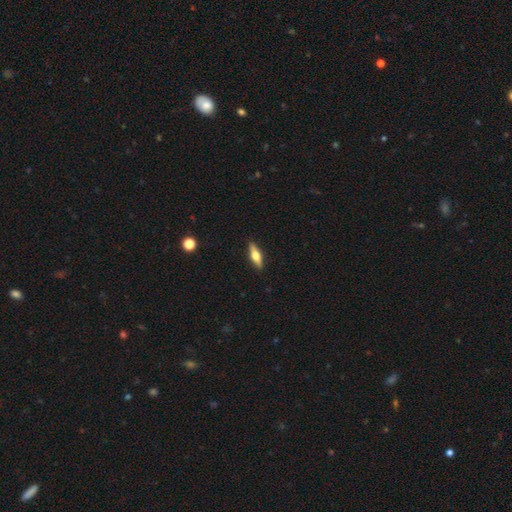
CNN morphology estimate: featured or disk 52%, smooth 42%, star or artifact 6%. Down the decision tree: edge-on disk — yes (93%); merging — none (90%).